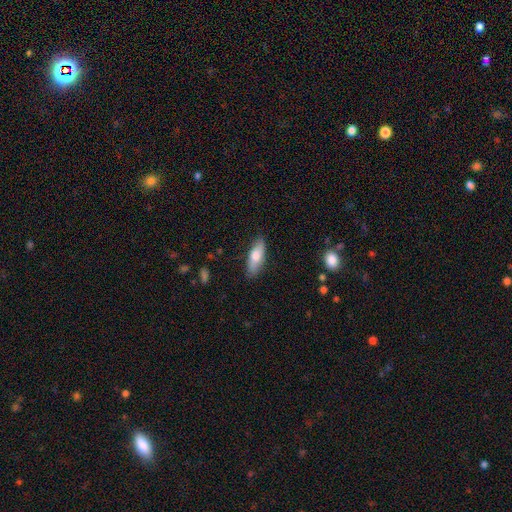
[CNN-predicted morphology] A smooth galaxy with no disk features (71%) that is in between round and cigar-shaped (63%). Merging: none (85%).